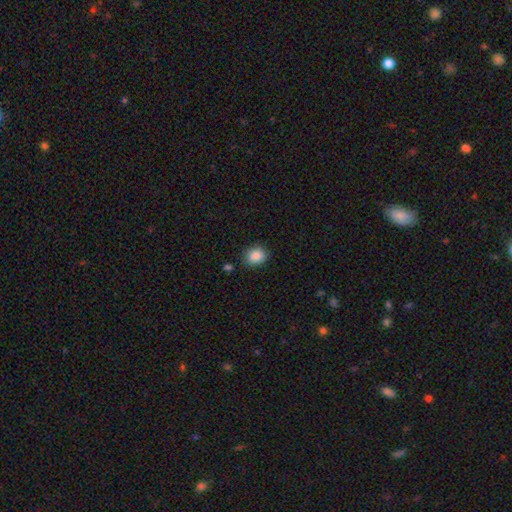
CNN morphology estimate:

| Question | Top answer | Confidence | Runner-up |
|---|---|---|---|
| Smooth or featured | smooth | 87% | star or artifact (9%) |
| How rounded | round | 66% | in between (33%) |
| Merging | none | 83% | minor disturbance (12%) |